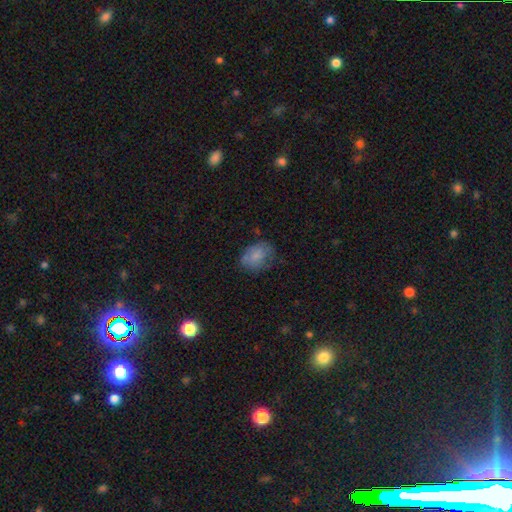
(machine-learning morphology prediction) smooth-or-featured: smooth: 74% | featured or disk: 17% | star or artifact: 8%
  how-rounded: in between: 71% | round: 28% | cigar-shaped: 1%
  merging: none: 58% | minor disturbance: 29% | major disturbance: 11% | merger: 2%